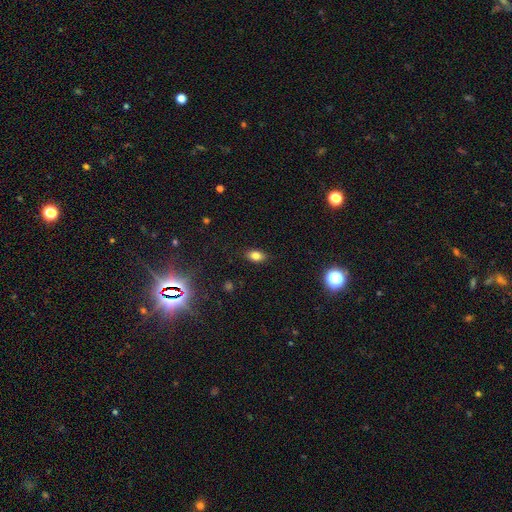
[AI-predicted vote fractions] smooth_or_featured: smooth (p=0.80) [alt: star or artifact p=0.13]
how_rounded: in between (p=0.84) [alt: round p=0.13]
merging: none (p=0.86) [alt: minor disturbance p=0.10]